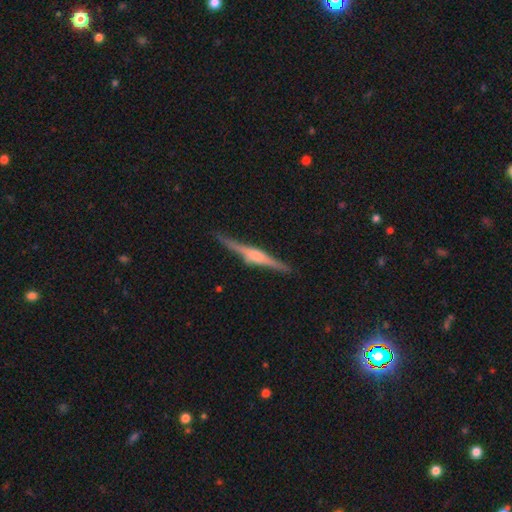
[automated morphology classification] Smooth or featured: featured or disk — 78% (smooth — 16%)
Edge-on disk: yes — 98% (no — 2%)
Edge-on bulge: rounded — 69% (boxy — 24%)
Merging: none — 86% (minor disturbance — 10%)